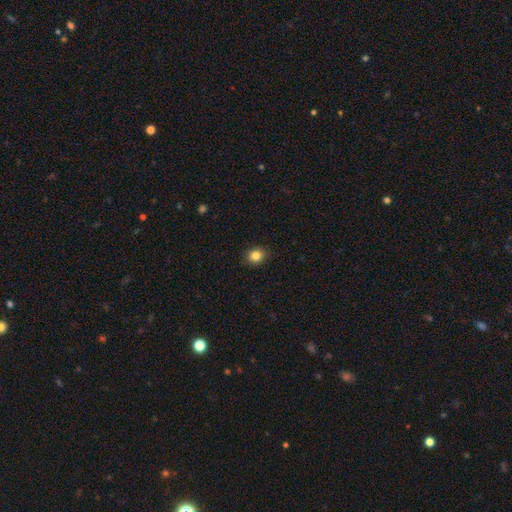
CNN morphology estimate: smooth 84%, star or artifact 11%, featured or disk 5%. Down the decision tree: how rounded — round (69%); merging — none (89%).